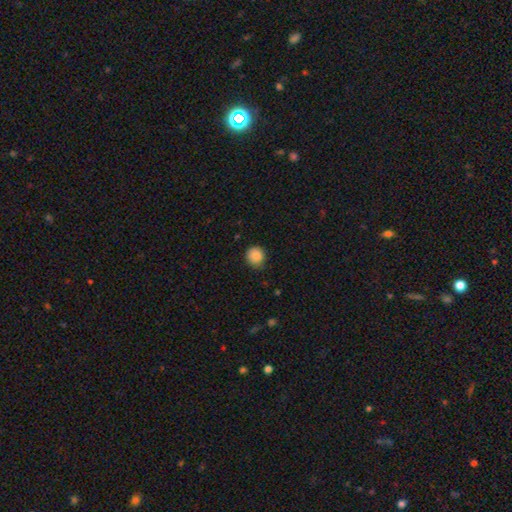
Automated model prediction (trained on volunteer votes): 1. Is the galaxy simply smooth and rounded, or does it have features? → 87% smooth, 9% star or artifact, 4% featured or disk.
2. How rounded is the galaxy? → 91% round, 8% in between, 1% cigar-shaped.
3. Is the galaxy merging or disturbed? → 80% none, 16% minor disturbance, 3% major disturbance, 1% merger.